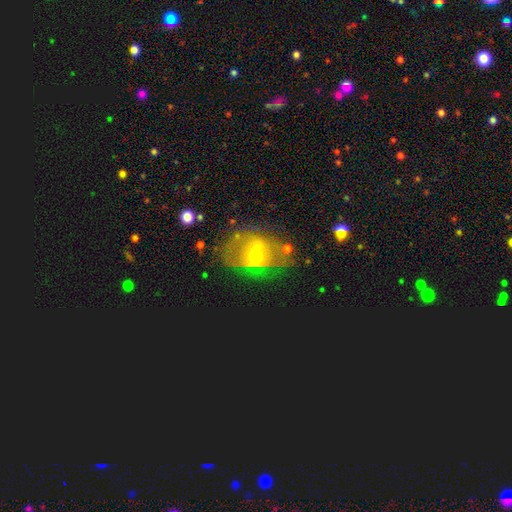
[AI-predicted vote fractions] Smooth or featured: featured or disk — 57% (smooth — 28%)
Edge-on disk: no — 91% (yes — 9%)
Bar: no — 53% (weak — 32%)
Spiral arms: no — 61% (yes — 39%)
Bulge size: moderate — 50% (small — 42%)
Merging: none — 47% (major disturbance — 24%)